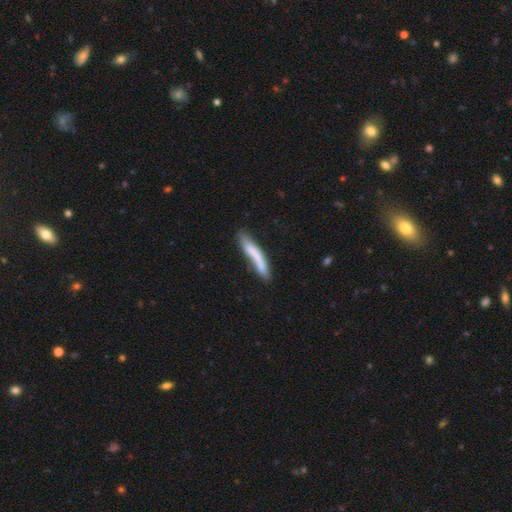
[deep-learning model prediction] Smooth or featured? smooth (66%)
How rounded? cigar-shaped (90%)
Merging? none (52%)